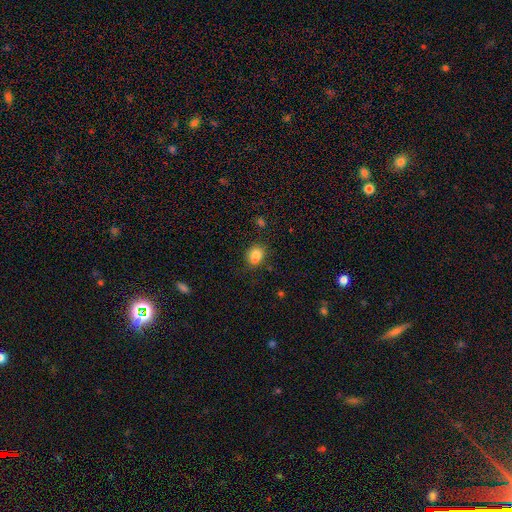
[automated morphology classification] Smooth or featured: smooth — 81% (star or artifact — 11%)
How rounded: round — 51% (in between — 48%)
Merging: none — 64% (minor disturbance — 18%)